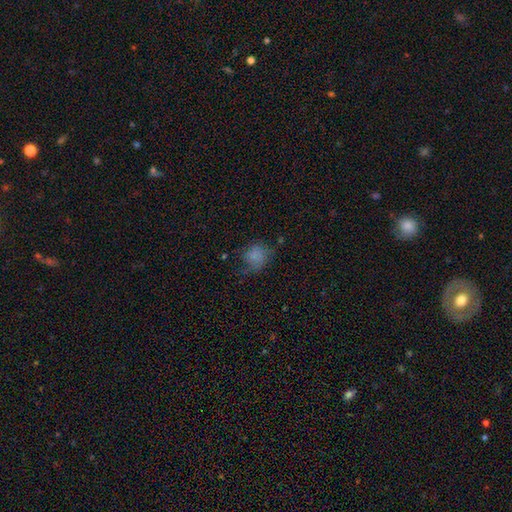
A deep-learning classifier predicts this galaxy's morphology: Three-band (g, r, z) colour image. It shows a smooth galaxy with no disk features (71%) that is round (65%). Merging: none (48%).